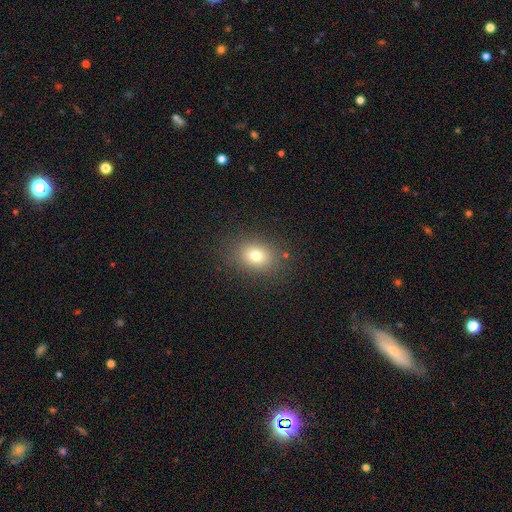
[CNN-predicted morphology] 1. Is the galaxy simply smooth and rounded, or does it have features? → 77% smooth, 13% star or artifact, 10% featured or disk.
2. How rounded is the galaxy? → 58% in between, 41% round, 1% cigar-shaped.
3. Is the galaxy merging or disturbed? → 85% none, 10% minor disturbance, 4% major disturbance, 1% merger.